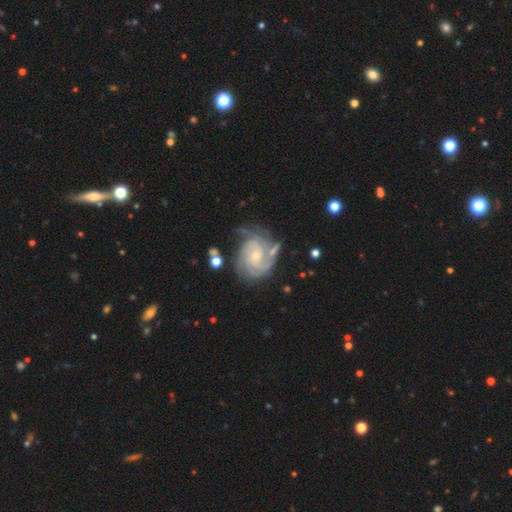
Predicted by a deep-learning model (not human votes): Smooth or featured: featured or disk — 87% (smooth — 7%)
Edge-on disk: no — 98% (yes — 2%)
Bar: no — 66% (weak — 28%)
Spiral arms: yes — 97% (no — 3%)
Spiral winding: tight — 64% (medium — 30%)
Spiral arm count: 3 — 29% (can't tell — 23%)
Bulge size: small — 71% (moderate — 24%)
Merging: none — 59% (minor disturbance — 23%)